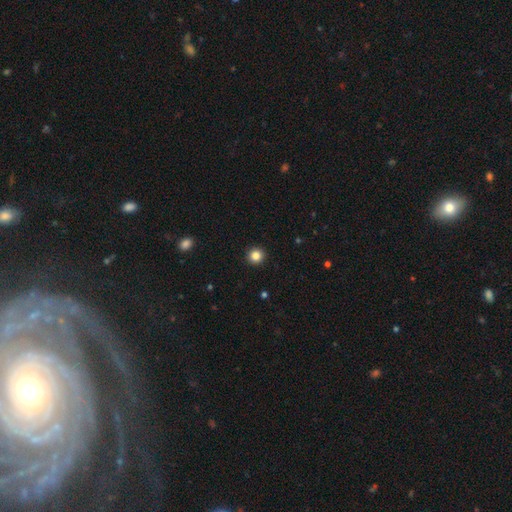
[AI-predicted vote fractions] Overall: smooth (84%). How rounded: round (95%). Merging: none (93%).